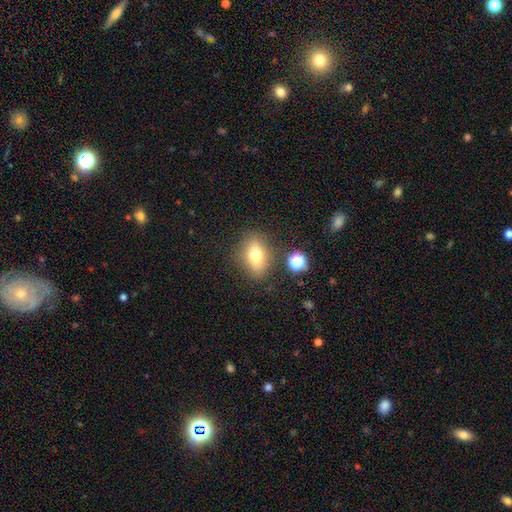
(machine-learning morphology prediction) smooth-or-featured: smooth: 70% | featured or disk: 18% | star or artifact: 12%
  how-rounded: in between: 72% | round: 25% | cigar-shaped: 4%
  merging: none: 80% | minor disturbance: 12% | major disturbance: 4% | merger: 4%